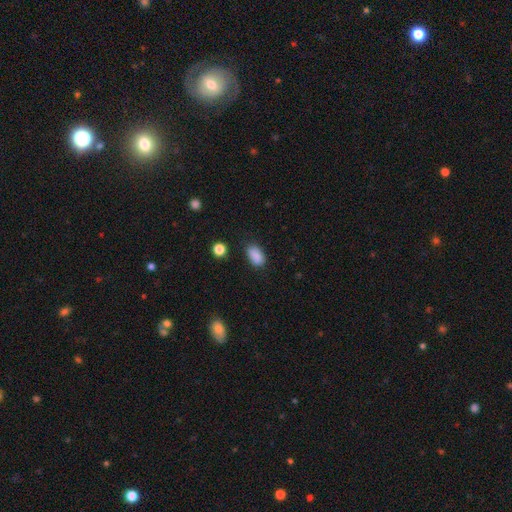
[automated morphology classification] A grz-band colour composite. It shows a smooth galaxy with no disk features (87%) that is in between round and cigar-shaped (89%). Merging: none (74%).